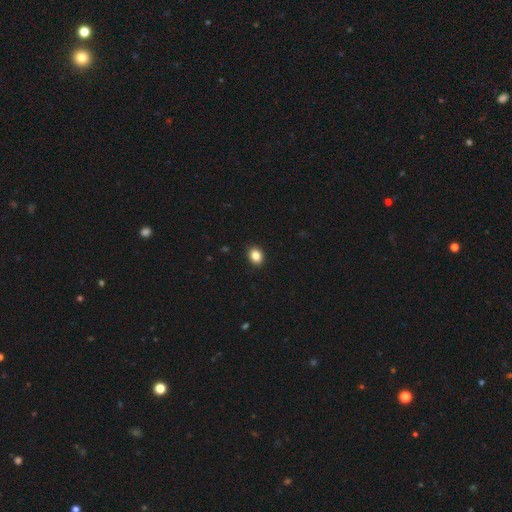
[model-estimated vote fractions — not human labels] smooth 86%, star or artifact 10%, featured or disk 5%. Down the decision tree: how rounded — in between (55%); merging — none (91%).